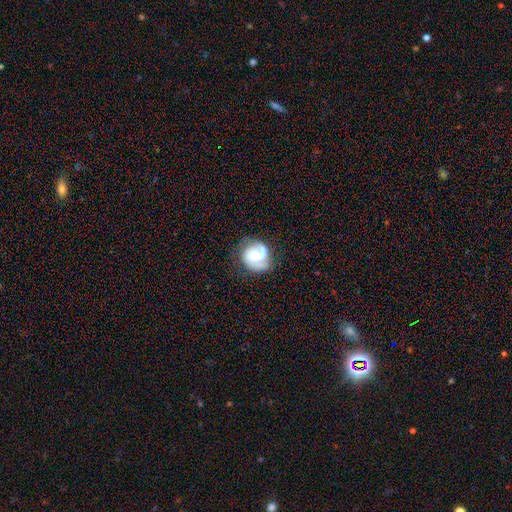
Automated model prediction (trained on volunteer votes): Overall: featured or disk (72%). Edge-on disk: no (98%). Bar: no (60%; weak 34%). Spiral arms: yes (93%). Spiral arm count: 2 (62%; 1 23%). Spiral winding: tight (42%; medium 41%). Bulge size: moderate (57%; small 32%). Merging: none (69%).